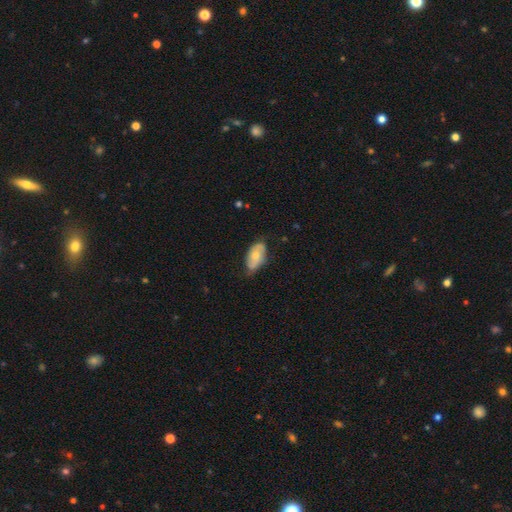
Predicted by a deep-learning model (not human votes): Q: Smooth or featured?
A: smooth (55%); runner-up: featured or disk (39%)
Q: How rounded?
A: in between (92%); runner-up: round (5%)
Q: Merging?
A: none (58%); runner-up: minor disturbance (34%)